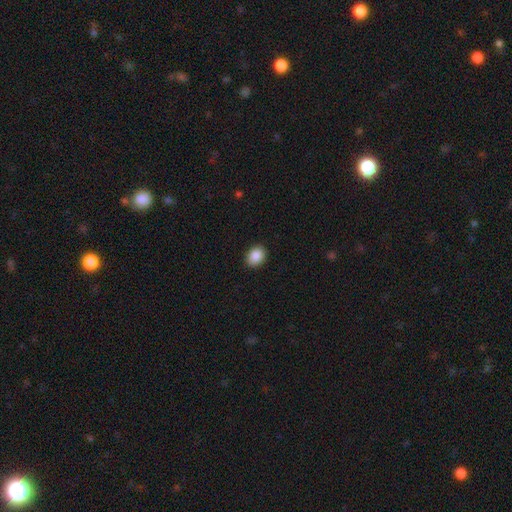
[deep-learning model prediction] smooth-or-featured: smooth: 89% | star or artifact: 8% | featured or disk: 4%
  how-rounded: in between: 56% | round: 43% | cigar-shaped: 1%
  merging: none: 90% | minor disturbance: 7% | major disturbance: 2% | merger: 1%